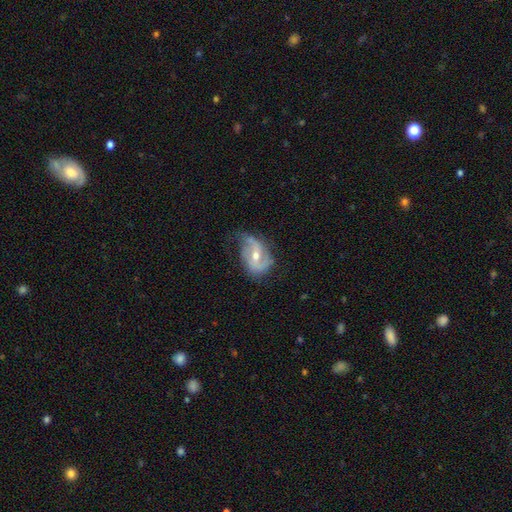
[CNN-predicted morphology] smooth_or_featured: featured or disk (p=0.80) [alt: smooth p=0.13]
disk_edge_on: no (p=0.96) [alt: yes p=0.04]
bar: weak (p=0.43) [alt: strong p=0.29]
has_spiral_arms: yes (p=0.91) [alt: no p=0.09]
spiral_winding: loose (p=0.48) [alt: medium p=0.36]
spiral_arm_count: 2 (p=0.77) [alt: can't tell p=0.09]
bulge_size: moderate (p=0.61) [alt: small p=0.35]
merging: none (p=0.51) [alt: minor disturbance p=0.32]